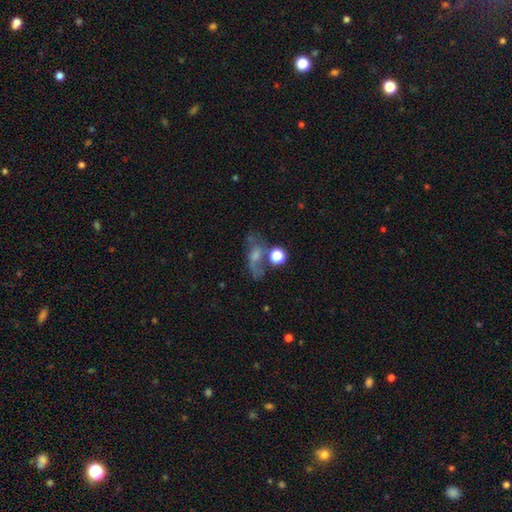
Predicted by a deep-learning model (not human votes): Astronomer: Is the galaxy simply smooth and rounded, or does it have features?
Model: featured or disk — 42% (runner-up: smooth, 39%).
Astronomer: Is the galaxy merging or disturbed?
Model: none — 39% (runner-up: major disturbance, 24%).